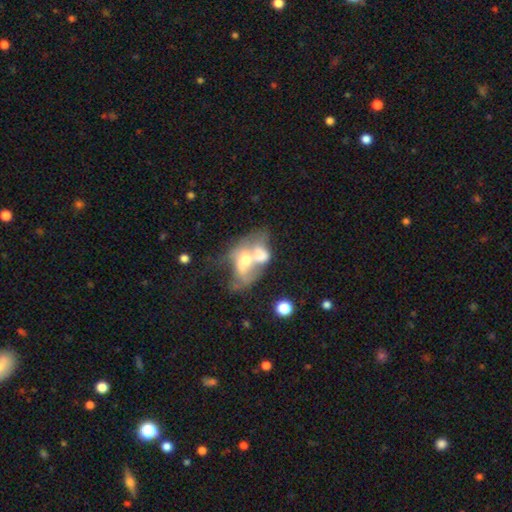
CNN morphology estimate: The model was most divided on "smooth or featured": featured or disk: 51%, smooth: 39%, star or artifact: 10%. More confident: edge-on disk — no (93%); merging — merger (72%).